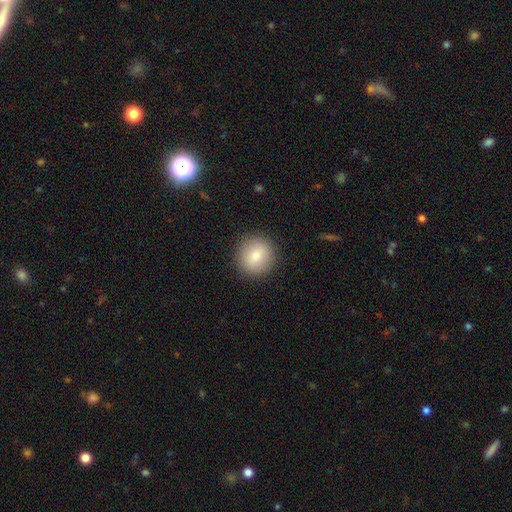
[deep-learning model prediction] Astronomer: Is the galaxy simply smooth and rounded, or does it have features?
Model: smooth — 82%.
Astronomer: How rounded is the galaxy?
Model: round — 92%.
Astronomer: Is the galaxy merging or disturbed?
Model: none — 91%.